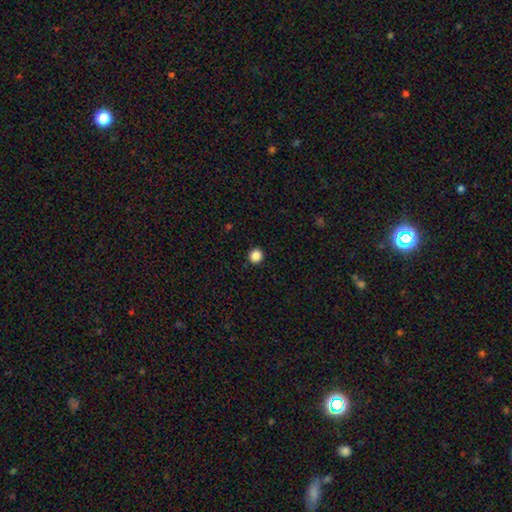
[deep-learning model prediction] Q: Smooth or featured?
A: smooth (86%); runner-up: star or artifact (11%)
Q: How rounded?
A: round (90%); runner-up: in between (9%)
Q: Merging?
A: none (93%); runner-up: minor disturbance (4%)